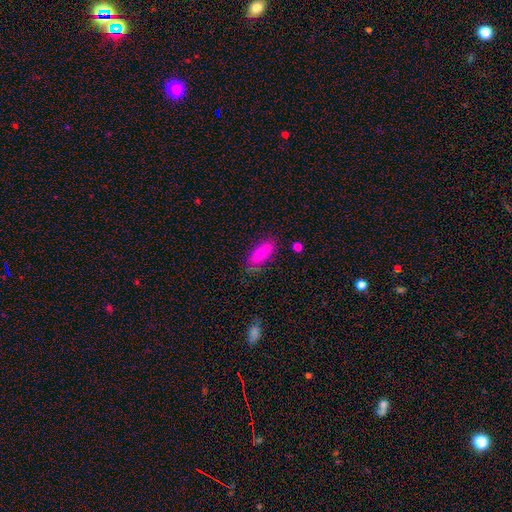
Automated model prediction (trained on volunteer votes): Smooth or featured? smooth (74%)
How rounded? in between (75%)
Merging? none (72%)